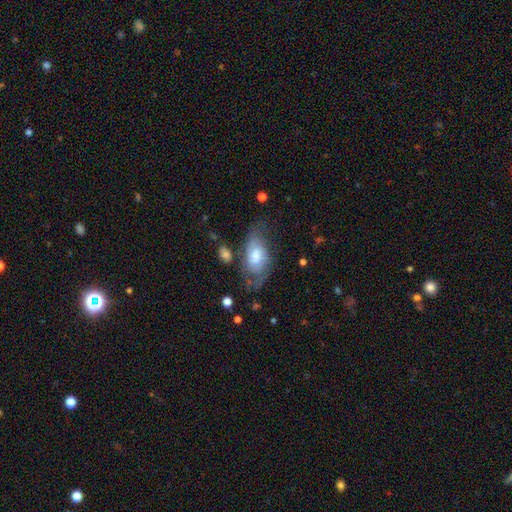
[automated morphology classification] featured or disk 58%, smooth 35%, star or artifact 7%. Down the decision tree: edge-on disk — no (93%); bar — no (61%); spiral arms — yes (81%); bulge size — moderate (49%); merging — none (50%).